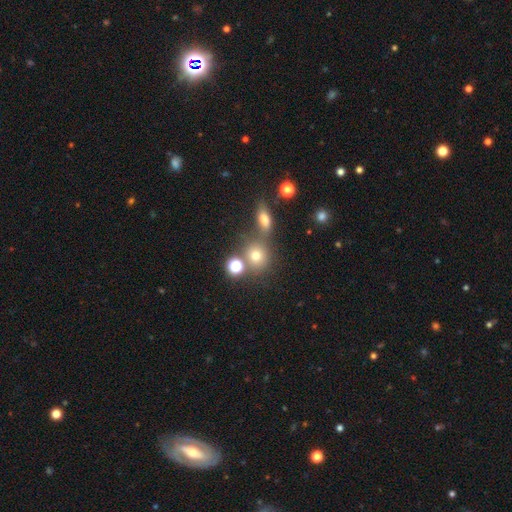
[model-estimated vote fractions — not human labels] smooth-or-featured: smooth: 70% | star or artifact: 19% | featured or disk: 11%
  how-rounded: round: 80% | in between: 19% | cigar-shaped: 2%
  merging: none: 58% | merger: 28% | minor disturbance: 10% | major disturbance: 5%